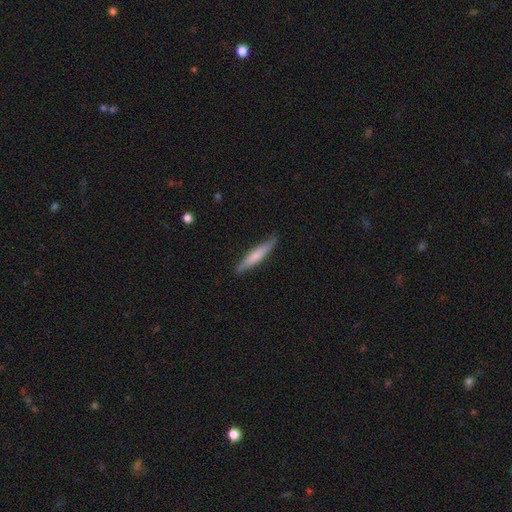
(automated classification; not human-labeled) smooth-or-featured: smooth: 61% | featured or disk: 34% | star or artifact: 5%
  how-rounded: cigar-shaped: 92% | in between: 6% | round: 1%
  merging: none: 84% | minor disturbance: 13% | major disturbance: 2% | merger: 1%